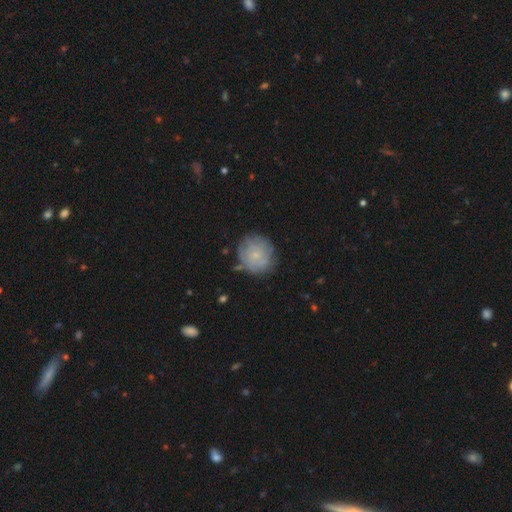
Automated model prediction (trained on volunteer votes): This appears to be a smooth galaxy with no disk features (47%). Merging: none (71%).